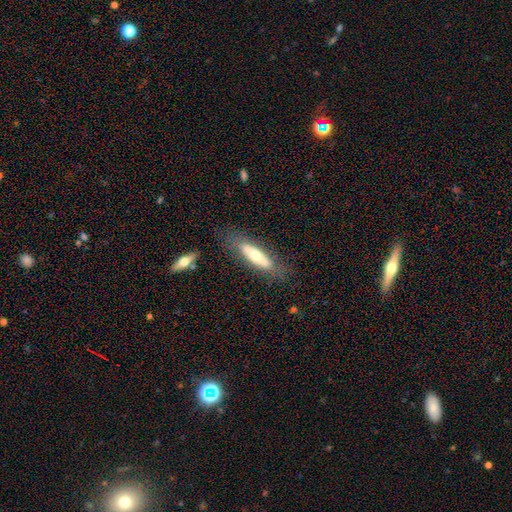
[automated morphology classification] Q: Smooth or featured?
A: smooth (55%); runner-up: featured or disk (38%)
Q: How rounded?
A: cigar-shaped (62%); runner-up: in between (37%)
Q: Merging?
A: none (71%); runner-up: minor disturbance (18%)